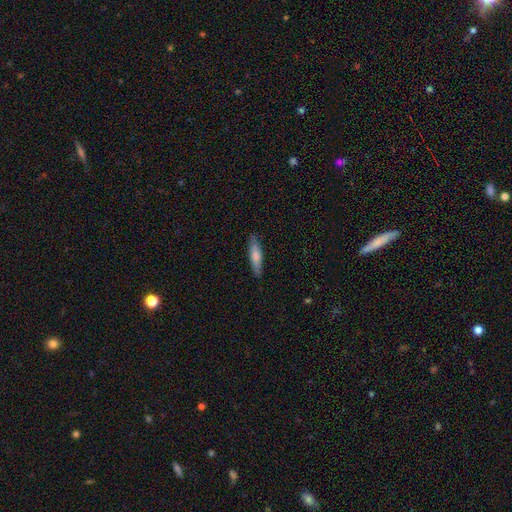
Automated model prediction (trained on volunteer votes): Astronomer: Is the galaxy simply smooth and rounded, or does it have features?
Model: smooth — 73%.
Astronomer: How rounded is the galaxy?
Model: cigar-shaped — 77%.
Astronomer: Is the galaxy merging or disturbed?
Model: none — 86%.